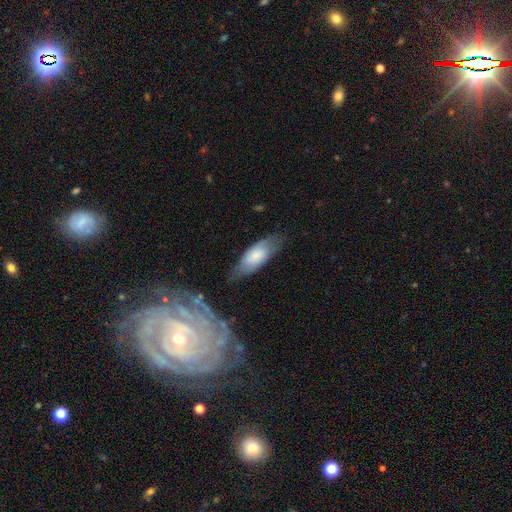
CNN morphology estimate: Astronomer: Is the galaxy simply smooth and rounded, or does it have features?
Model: smooth — 65%.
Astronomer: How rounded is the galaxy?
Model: in between — 75%.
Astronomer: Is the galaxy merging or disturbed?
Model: none — 64%.